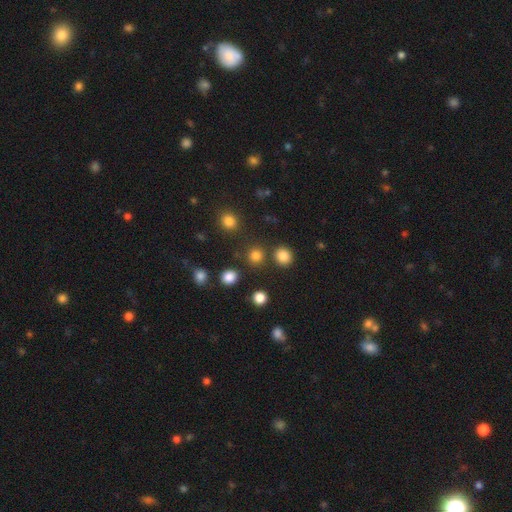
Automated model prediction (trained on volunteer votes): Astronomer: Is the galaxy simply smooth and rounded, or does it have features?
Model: smooth — 81%.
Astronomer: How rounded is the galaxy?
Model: round — 90%.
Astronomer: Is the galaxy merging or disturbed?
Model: none — 82%.